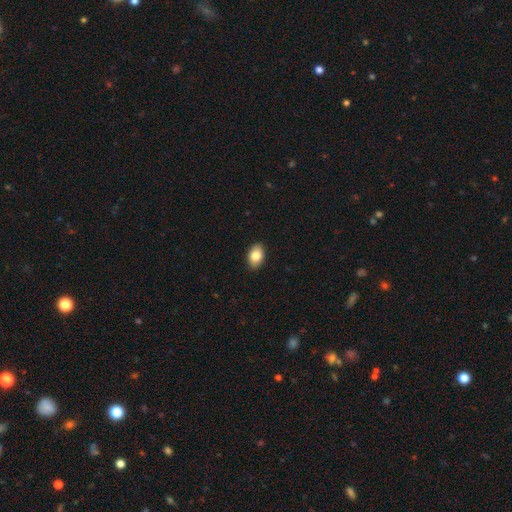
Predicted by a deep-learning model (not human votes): This is clearly a smooth galaxy (83%). How rounded: clearly in between (87%). Merging: clearly none (90%).